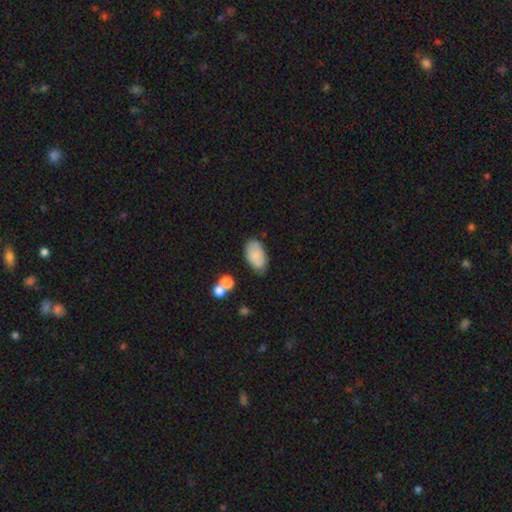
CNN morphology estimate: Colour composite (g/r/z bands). It shows a smooth galaxy with no disk features (82%) that is in between round and cigar-shaped (94%). Merging: none (71%).